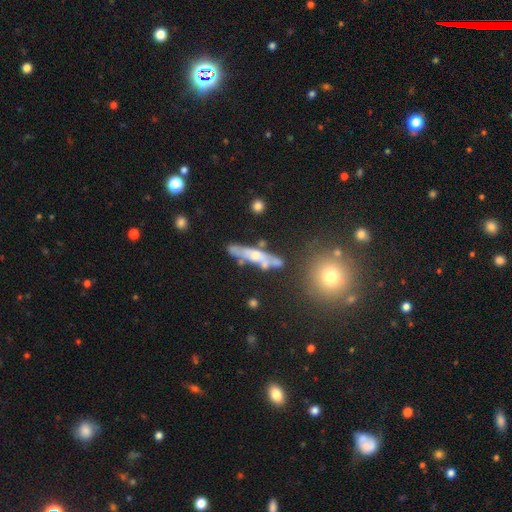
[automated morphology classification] The model was most divided on "edge-on disk": yes: 59%, no: 41%. More confident: merging — none (61%); smooth or featured — featured or disk (57%).